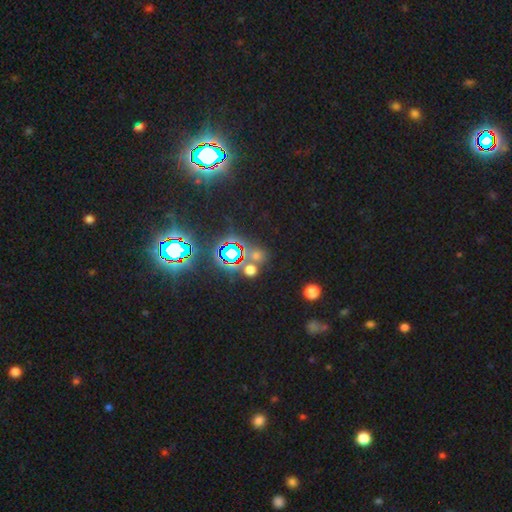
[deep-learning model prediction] This appears to be a star or artifact, not a galaxy (56%).